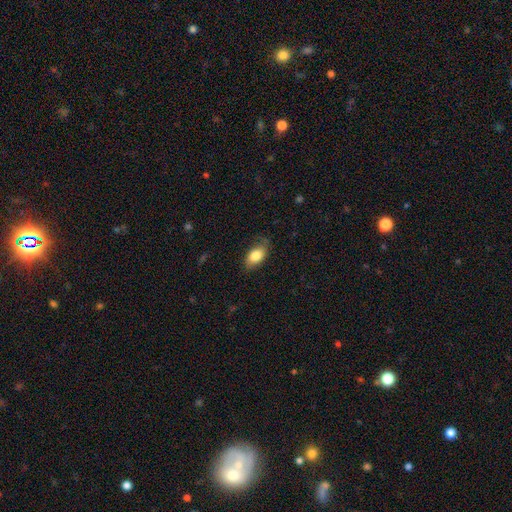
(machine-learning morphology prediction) Smooth or featured?
  - smooth: 79% *
  - featured or disk: 14%
  - star or artifact: 7%
How rounded?
  - in between: 91% *
  - round: 6%
  - cigar-shaped: 3%
Merging?
  - none: 70% *
  - minor disturbance: 23%
  - major disturbance: 6%
  - merger: 1%